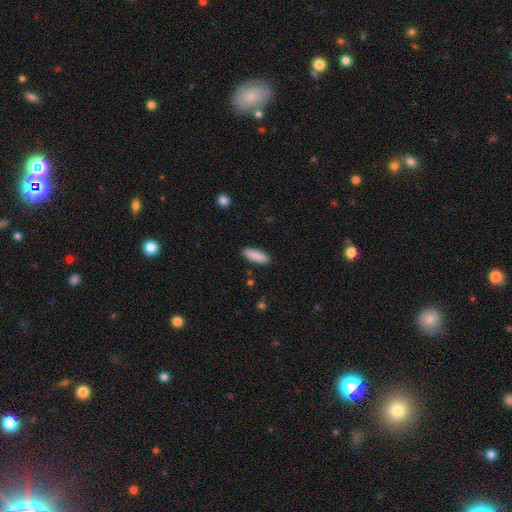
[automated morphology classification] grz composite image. It shows a smooth galaxy with no disk features (90%) that is in between round and cigar-shaped (59%). Merging: none (89%).